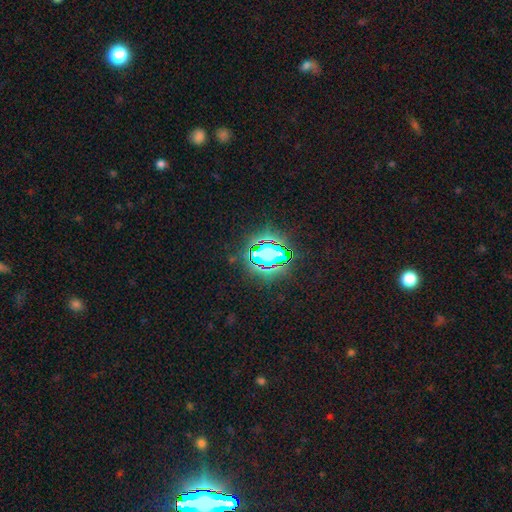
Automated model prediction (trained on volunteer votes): smooth-or-featured: star or artifact: 82% | smooth: 12% | featured or disk: 7%